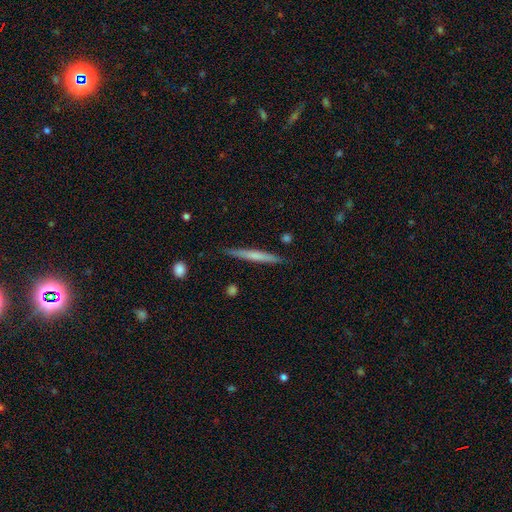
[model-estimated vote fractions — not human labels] A smooth galaxy with no disk features (55%) that is cigar-shaped (96%). Merging: none (88%).